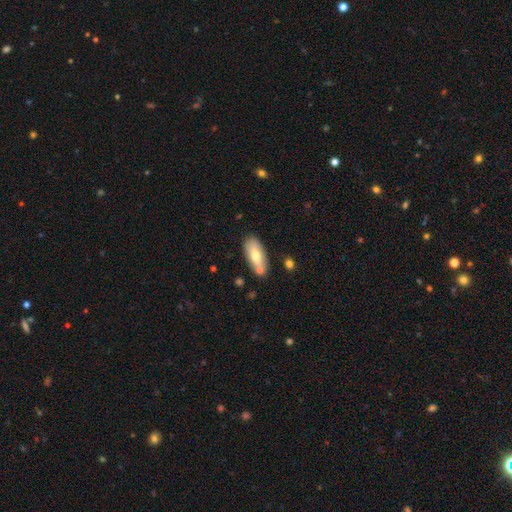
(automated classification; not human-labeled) smooth 68%, featured or disk 26%, star or artifact 6%. Down the decision tree: how rounded — in between (84%); merging — none (72%).